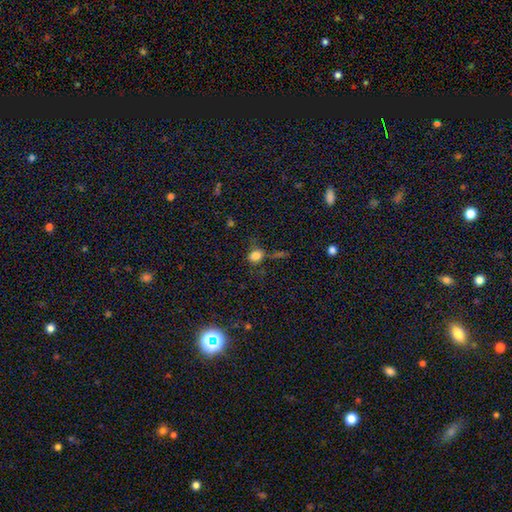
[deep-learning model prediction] Smooth or featured? Predicted: smooth (p=0.78). How rounded? Predicted: round (p=0.64). Merging? Predicted: none (p=0.57).